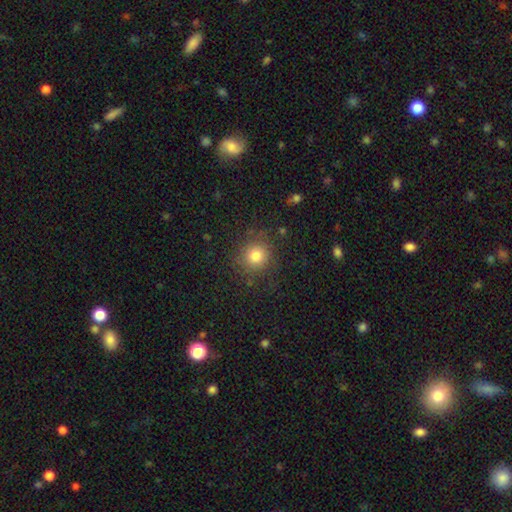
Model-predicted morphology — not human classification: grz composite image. It shows a smooth galaxy with no disk features (79%) that is round (90%). Merging: none (83%).